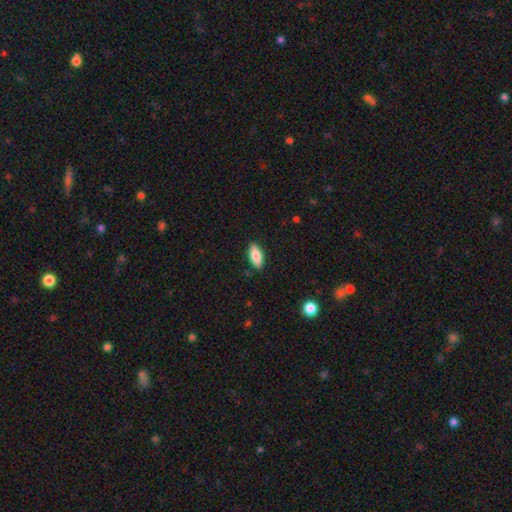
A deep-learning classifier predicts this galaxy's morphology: The model was most divided on "smooth or featured": smooth: 82%, featured or disk: 11%, star or artifact: 7%. More confident: merging — none (87%); how rounded — in between (86%).